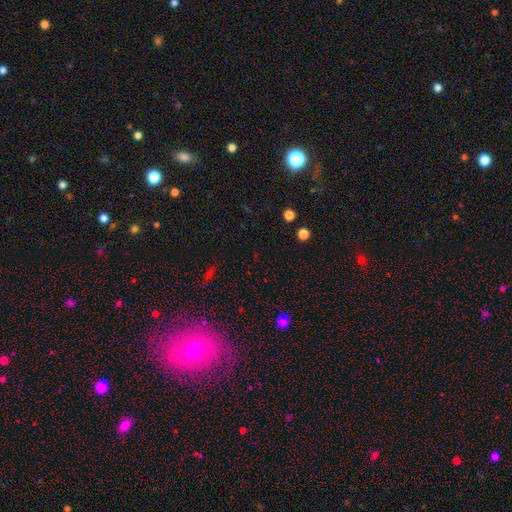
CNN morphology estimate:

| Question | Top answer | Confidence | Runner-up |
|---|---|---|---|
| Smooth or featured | star or artifact | 59% | smooth (34%) |